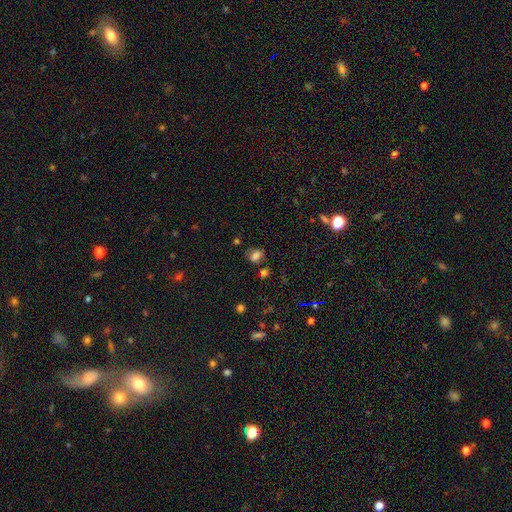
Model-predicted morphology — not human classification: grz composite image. It shows a smooth galaxy with no disk features (69%) that is in between round and cigar-shaped (64%). Merging: none (63%).